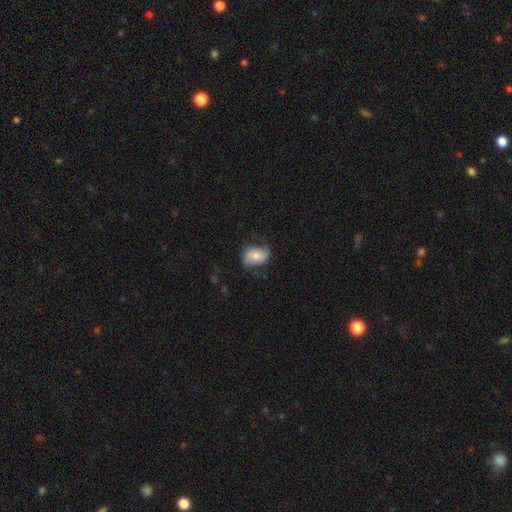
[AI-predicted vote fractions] Smooth or featured? Predicted: smooth (p=0.50). How rounded? Predicted: in between (p=0.82). Merging? Predicted: none (p=0.61).